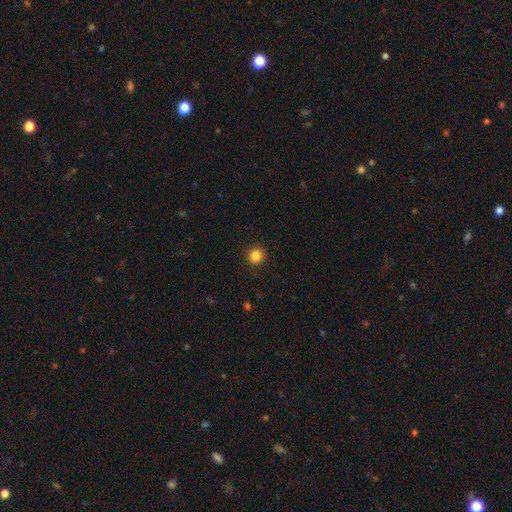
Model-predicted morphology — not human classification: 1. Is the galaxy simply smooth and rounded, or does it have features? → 84% smooth, 12% star or artifact, 4% featured or disk.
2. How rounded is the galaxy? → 94% round, 5% in between, 1% cigar-shaped.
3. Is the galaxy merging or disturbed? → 92% none, 5% minor disturbance, 2% major disturbance, 1% merger.